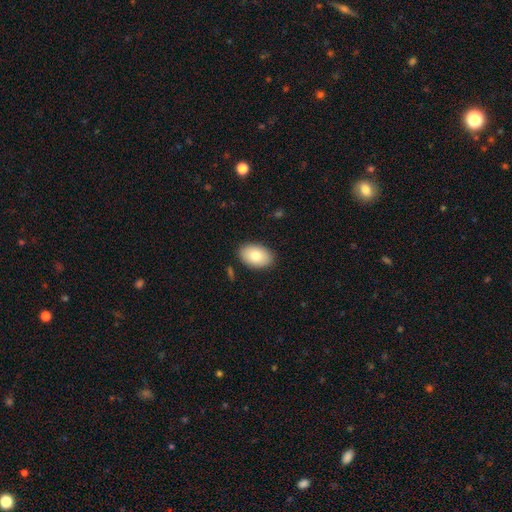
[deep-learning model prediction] Smooth or featured? smooth (80%)
How rounded? in between (90%)
Merging? none (88%)